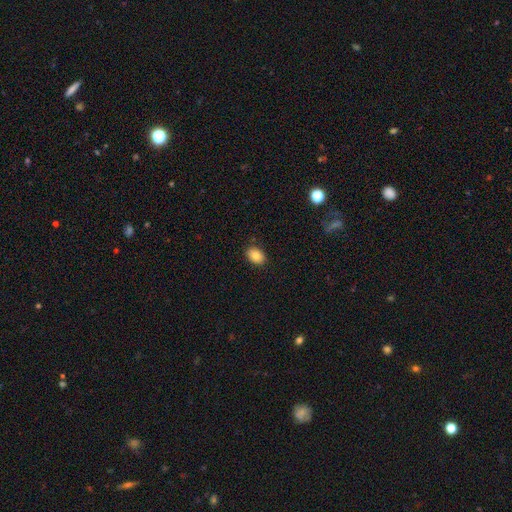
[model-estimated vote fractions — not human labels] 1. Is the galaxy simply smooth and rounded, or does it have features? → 84% smooth, 9% star or artifact, 7% featured or disk.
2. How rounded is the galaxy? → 77% in between, 22% round, 1% cigar-shaped.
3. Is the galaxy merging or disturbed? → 88% none, 9% minor disturbance, 2% major disturbance, 1% merger.